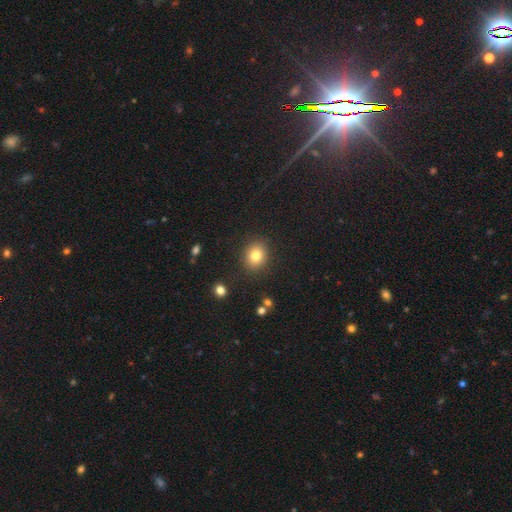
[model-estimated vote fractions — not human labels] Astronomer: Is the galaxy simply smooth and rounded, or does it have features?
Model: smooth — 80%.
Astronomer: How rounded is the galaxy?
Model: round — 68%.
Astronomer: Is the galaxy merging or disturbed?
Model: none — 87%.